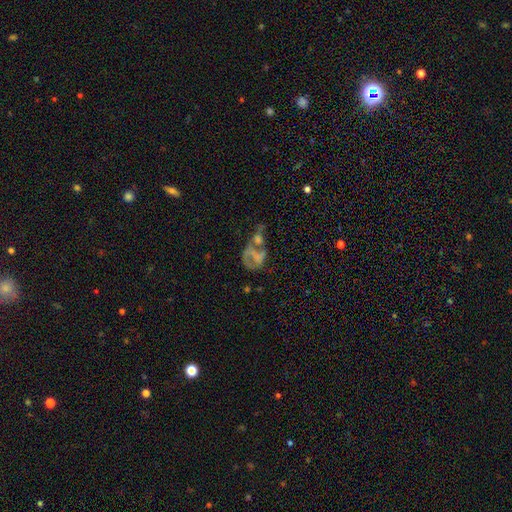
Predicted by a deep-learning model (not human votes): A featured or disk galaxy (48%).

Vote fractions:
- Smooth or featured? featured or disk: 48% / smooth: 38% / star or artifact: 14%
- Merging? merger: 48% / major disturbance: 27% / none: 16% / minor disturbance: 9%